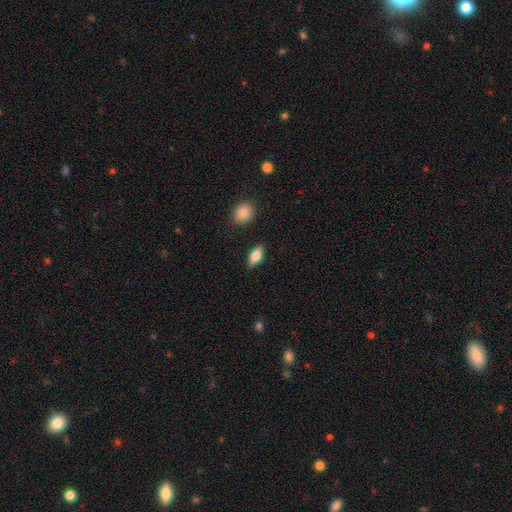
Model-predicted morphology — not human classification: Smooth or featured: smooth — 80% (featured or disk — 13%)
How rounded: in between — 86% (cigar-shaped — 10%)
Merging: none — 86% (minor disturbance — 9%)